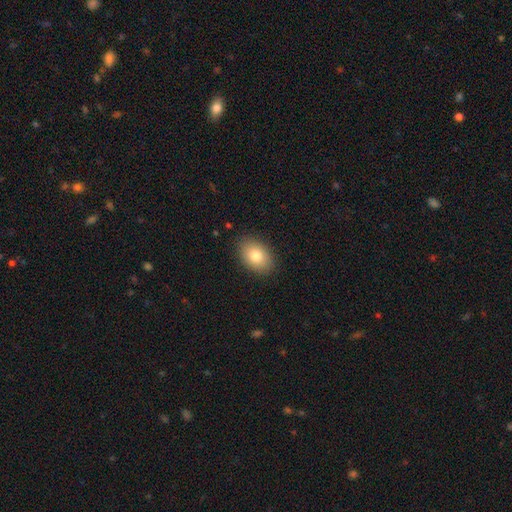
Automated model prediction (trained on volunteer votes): smooth_or_featured: smooth (p=0.81) [alt: featured or disk p=0.11]
how_rounded: in between (p=0.82) [alt: round p=0.17]
merging: none (p=0.88) [alt: minor disturbance p=0.09]